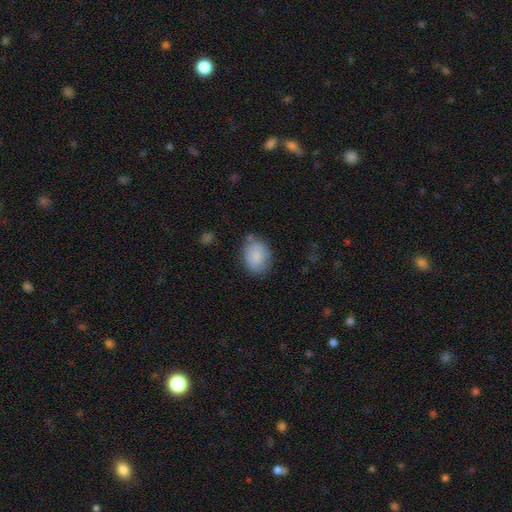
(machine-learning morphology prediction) Q: Smooth or featured?
A: smooth (86%); runner-up: star or artifact (7%)
Q: How rounded?
A: in between (57%); runner-up: round (42%)
Q: Merging?
A: none (72%); runner-up: minor disturbance (19%)